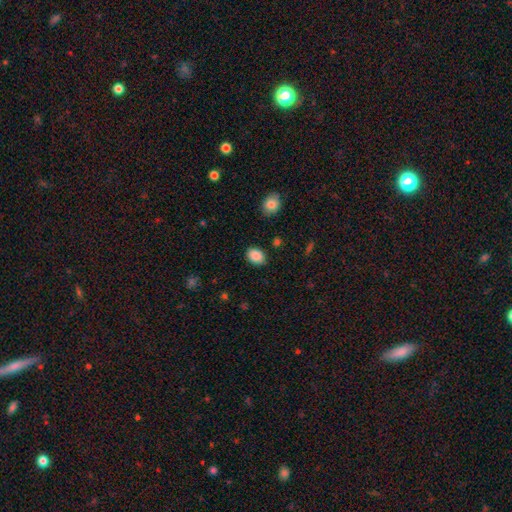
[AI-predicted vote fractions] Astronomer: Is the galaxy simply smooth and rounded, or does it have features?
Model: smooth — 88%.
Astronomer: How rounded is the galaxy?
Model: in between — 66%.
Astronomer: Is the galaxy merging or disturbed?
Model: none — 86%.